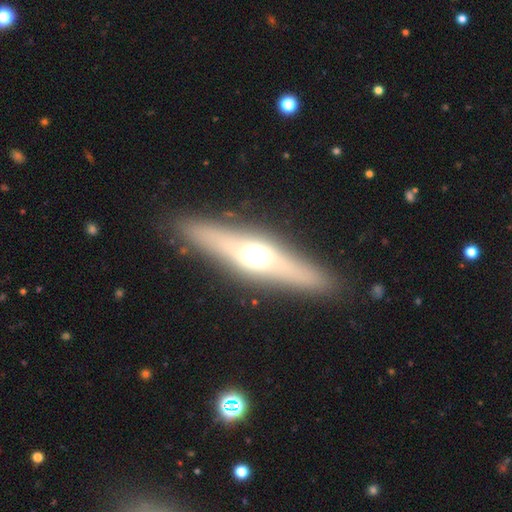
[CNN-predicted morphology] This is possibly a featured or disk galaxy (60%). It is clearly viewed edge-on (86%). Edge-on bulge: clearly rounded (92%). Merging: clearly none (89%).